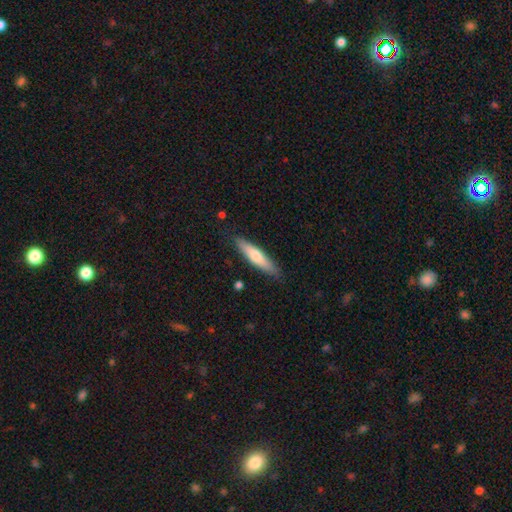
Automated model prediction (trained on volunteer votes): smooth_or_featured: smooth (p=0.63) [alt: featured or disk p=0.32]
how_rounded: cigar-shaped (p=0.80) [alt: in between p=0.18]
merging: none (p=0.86) [alt: minor disturbance p=0.11]